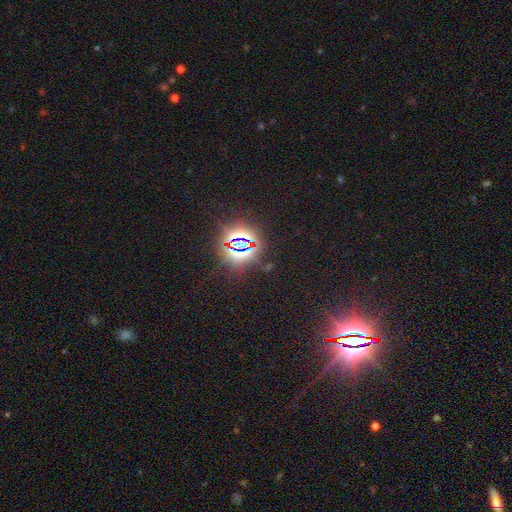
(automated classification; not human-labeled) This appears to be a star or artifact, not a galaxy (84%).